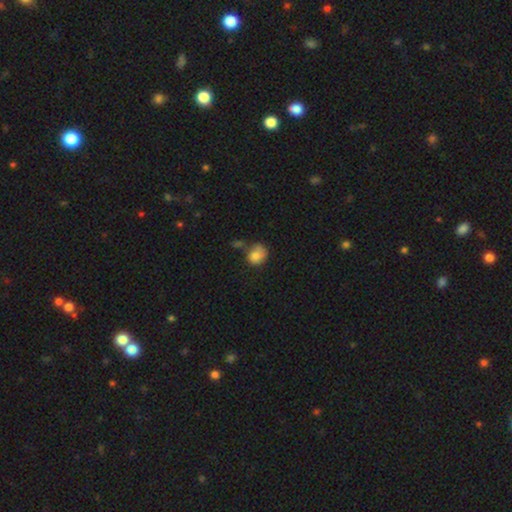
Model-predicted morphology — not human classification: The model was most divided on "merging": none: 40%, minor disturbance: 26%, merger: 20%, major disturbance: 15%. More confident: smooth or featured — smooth (77%); how rounded — round (66%).